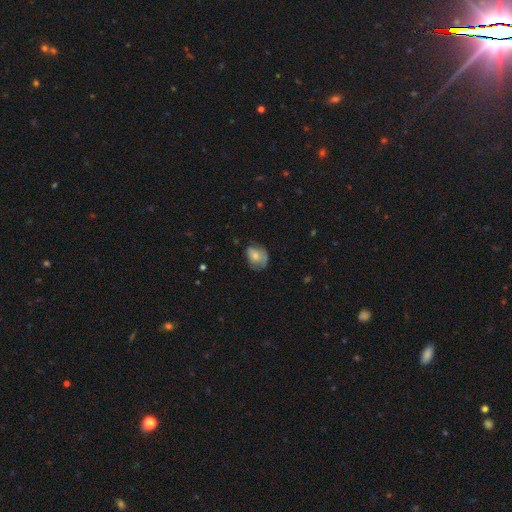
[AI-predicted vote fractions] The model was most divided on "merging": none: 51%, minor disturbance: 32%, major disturbance: 15%, merger: 2%. More confident: how rounded — in between (69%); smooth or featured — smooth (60%).